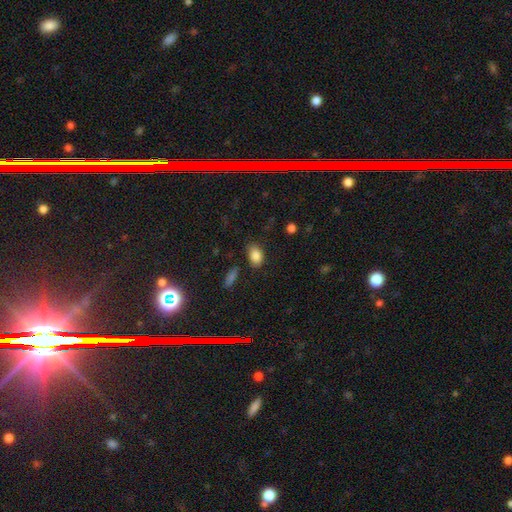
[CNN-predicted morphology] smooth-or-featured: smooth: 86% | star or artifact: 9% | featured or disk: 6%
  how-rounded: in between: 86% | round: 12% | cigar-shaped: 2%
  merging: none: 79% | minor disturbance: 15% | major disturbance: 4% | merger: 3%